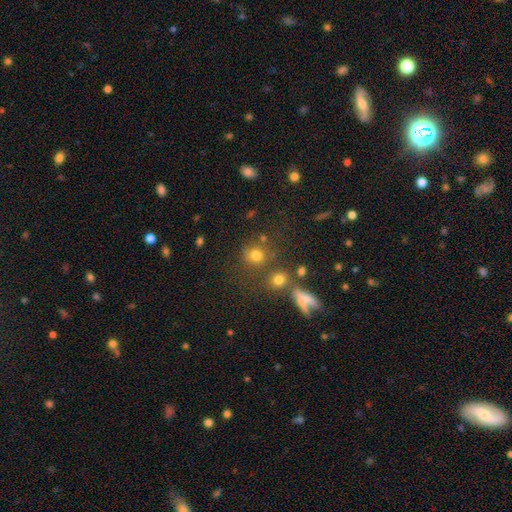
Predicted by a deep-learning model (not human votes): This appears to be a smooth galaxy with no disk features (67%) that is round (80%). Merging: none (63%).